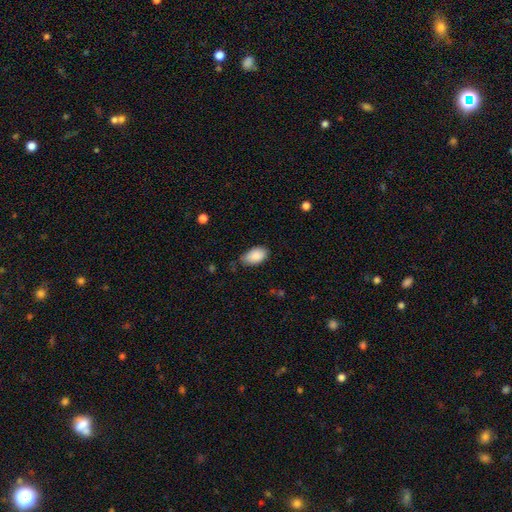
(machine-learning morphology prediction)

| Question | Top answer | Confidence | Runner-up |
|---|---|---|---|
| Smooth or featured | smooth | 88% | star or artifact (7%) |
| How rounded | in between | 93% | round (5%) |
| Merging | none | 65% | minor disturbance (29%) |